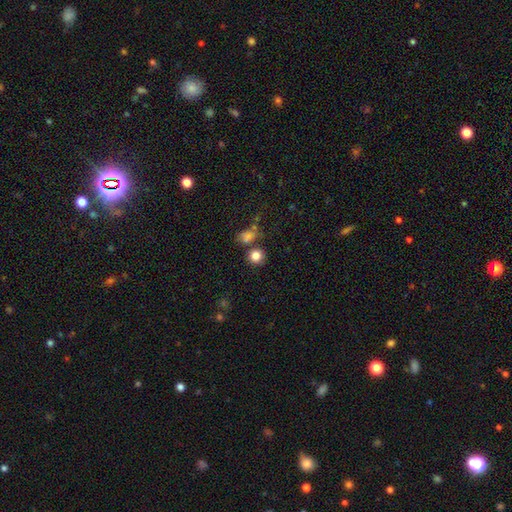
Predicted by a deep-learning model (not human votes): A smooth galaxy with no disk features (82%) that is round (88%). Merging: none (73%).